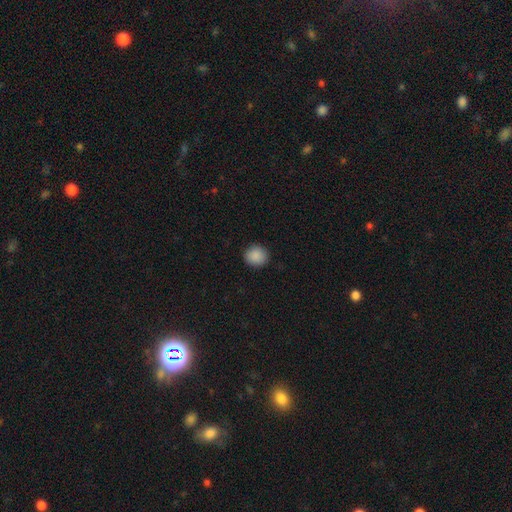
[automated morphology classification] A smooth galaxy with no disk features (89%) that is round (86%).

Vote fractions:
- Smooth or featured? smooth: 89% / star or artifact: 8% / featured or disk: 3%
- How rounded? round: 86% / in between: 14% / cigar-shaped: 1%
- Merging? none: 90% / minor disturbance: 7% / major disturbance: 2% / merger: 1%